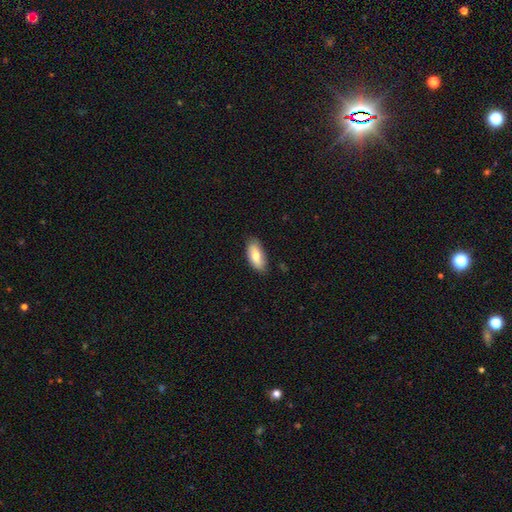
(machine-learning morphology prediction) smooth 75%, featured or disk 19%, star or artifact 6%. Down the decision tree: how rounded — in between (88%); merging — none (81%).